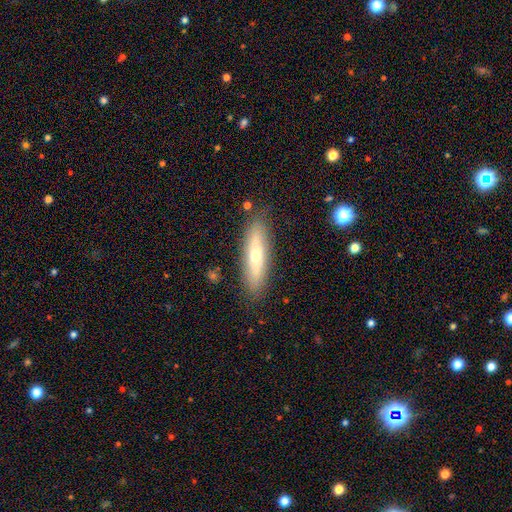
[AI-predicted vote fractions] Overall: smooth (50%; featured or disk 43%). How rounded: cigar-shaped (70%). Merging: none (86%).